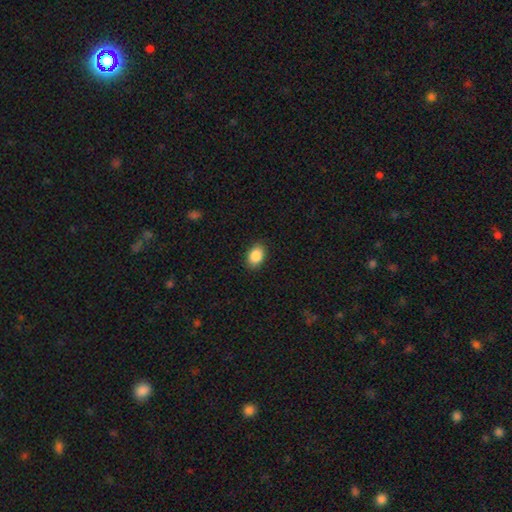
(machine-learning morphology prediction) The model was most divided on "how rounded": in between: 81%, round: 17%, cigar-shaped: 1%. More confident: merging — none (89%); smooth or featured — smooth (88%).